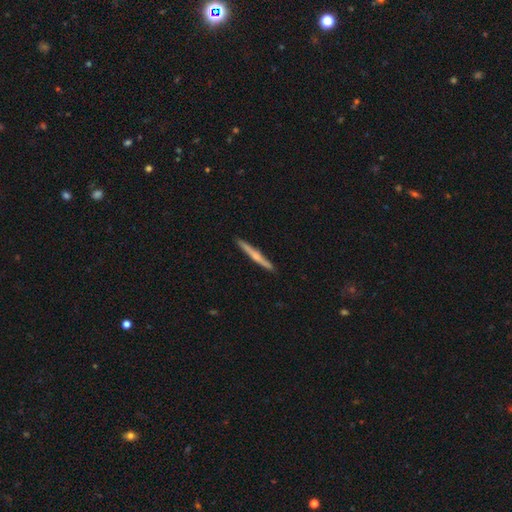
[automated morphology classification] Q: Smooth or featured?
A: featured or disk (59%); runner-up: smooth (35%)
Q: Edge-on disk?
A: yes (98%); runner-up: no (2%)
Q: Edge-on bulge?
A: rounded (65%); runner-up: none (29%)
Q: Merging?
A: none (92%); runner-up: minor disturbance (6%)